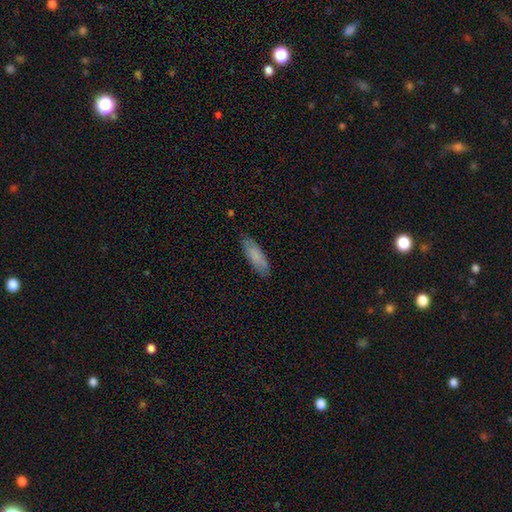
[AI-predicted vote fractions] Overall: smooth (80%). How rounded: cigar-shaped (50%; in between 49%). Merging: none (84%).